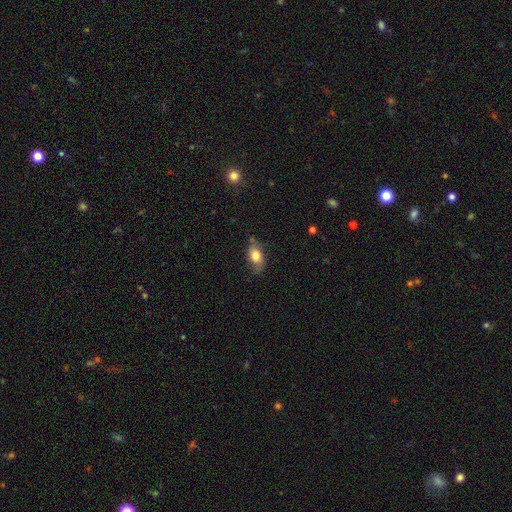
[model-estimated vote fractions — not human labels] Morphology: type=smooth (72%); roundness=in between (84%); merging=none (61%).